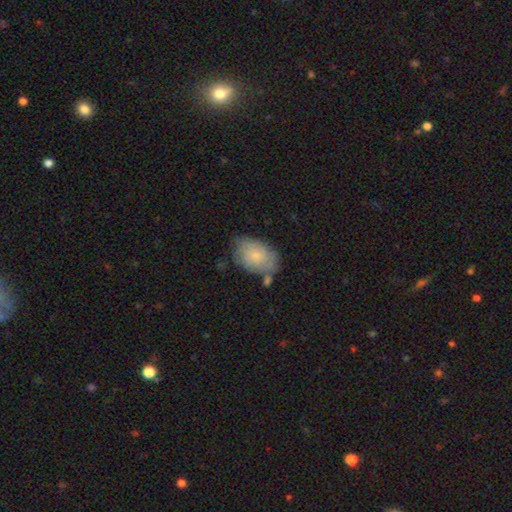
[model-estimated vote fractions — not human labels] This appears to be a smooth galaxy with no disk features (73%) that is in between round and cigar-shaped (88%). Merging: none (60%).